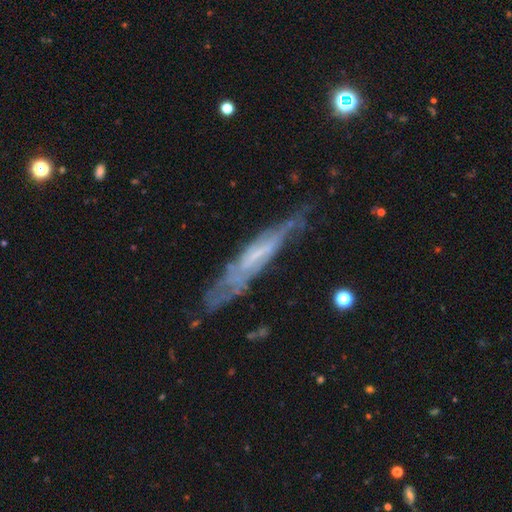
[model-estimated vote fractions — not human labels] The model was most divided on "edge-on disk": yes: 62%, no: 38%. More confident: smooth or featured — featured or disk (68%); merging — none (56%).